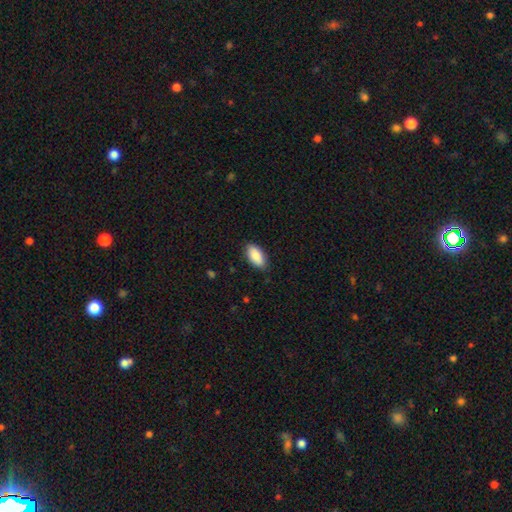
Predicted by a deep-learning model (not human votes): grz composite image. It shows a smooth galaxy with no disk features (89%) that is in between round and cigar-shaped (93%). Merging: none (85%).